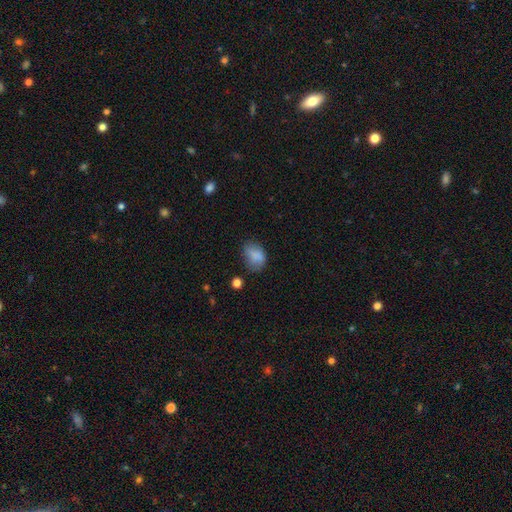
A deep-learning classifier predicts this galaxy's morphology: smooth_or_featured: smooth (p=0.81) [alt: star or artifact p=0.10]
how_rounded: in between (p=0.73) [alt: round p=0.26]
merging: none (p=0.58) [alt: minor disturbance p=0.29]